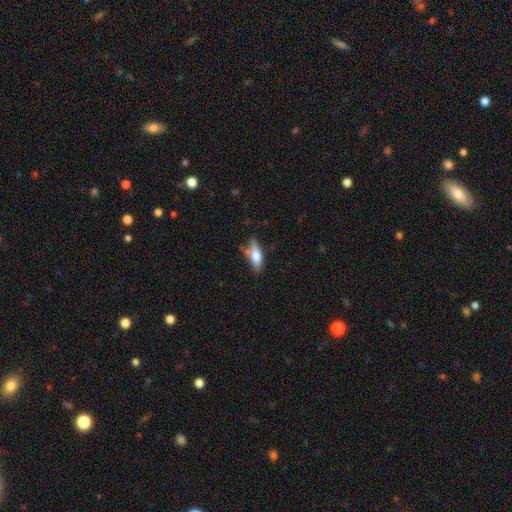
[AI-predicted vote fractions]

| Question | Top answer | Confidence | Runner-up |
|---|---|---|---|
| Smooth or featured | smooth | 61% | featured or disk (32%) |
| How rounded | in between | 62% | cigar-shaped (34%) |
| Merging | none | 56% | minor disturbance (25%) |